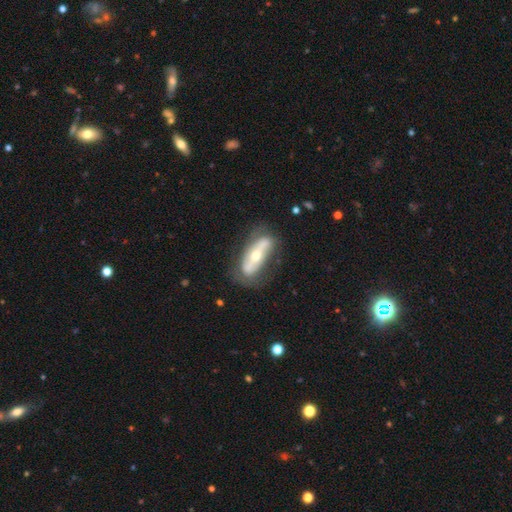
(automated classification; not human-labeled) featured or disk 63%, smooth 31%, star or artifact 6%. Down the decision tree: edge-on disk — no (74%); merging — none (66%).